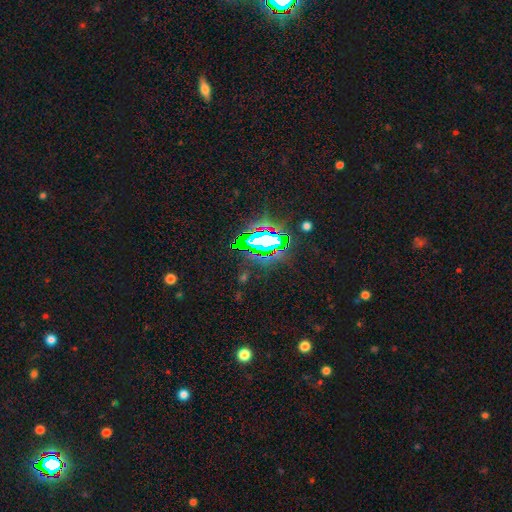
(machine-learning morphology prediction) Smooth or featured? Predicted: star or artifact (p=0.76).